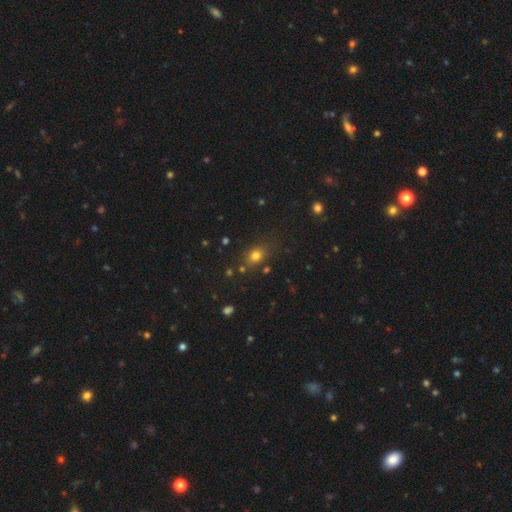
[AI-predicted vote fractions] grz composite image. It shows a smooth galaxy with no disk features (76%) that is in between round and cigar-shaped (57%). Merging: none (74%).